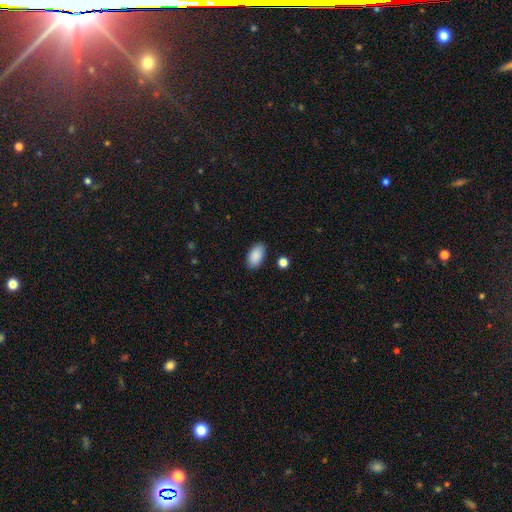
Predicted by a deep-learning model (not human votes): Morphology: type=smooth (89%); roundness=in between (94%); merging=none (86%).